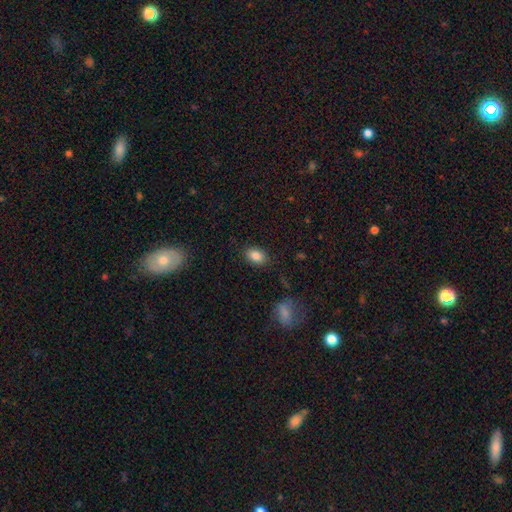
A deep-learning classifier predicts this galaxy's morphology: This is clearly a smooth galaxy (86%). How rounded: clearly in between (83%). Merging: clearly none (86%).